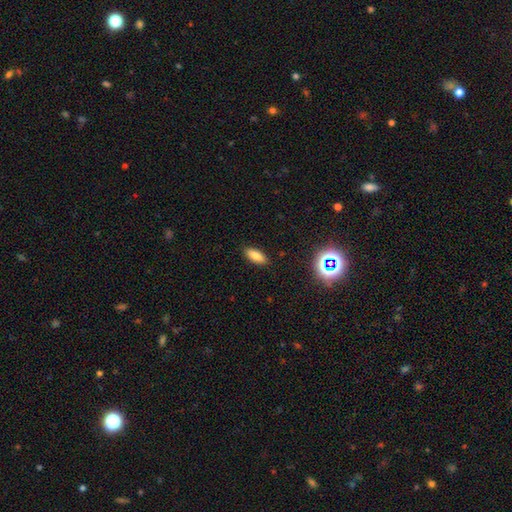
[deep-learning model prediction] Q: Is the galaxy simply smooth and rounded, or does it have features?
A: smooth — 81%.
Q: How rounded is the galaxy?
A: in between — 76%.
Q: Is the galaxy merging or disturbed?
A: none — 88%.